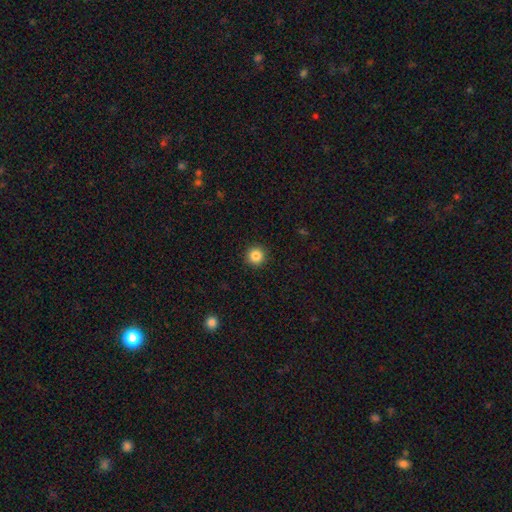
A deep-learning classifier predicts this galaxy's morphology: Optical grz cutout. It shows a smooth galaxy with no disk features (84%) that is round (96%). Merging: none (93%).